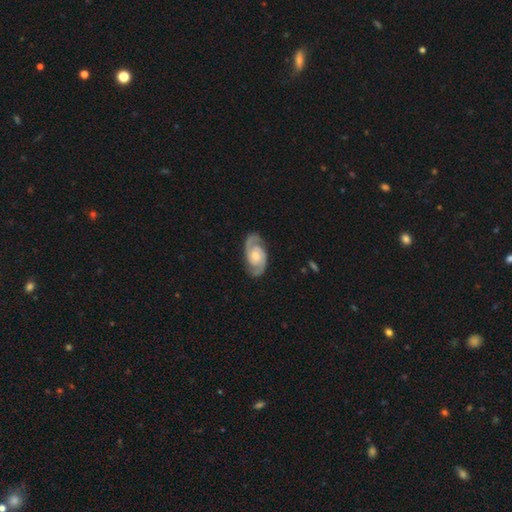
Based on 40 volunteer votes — Smooth or featured? 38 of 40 (95%) said featured or disk. Edge-on disk? 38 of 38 (100%) said no. Bar? 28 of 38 (74%) said no. Spiral arms? 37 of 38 (97%) said yes. Spiral winding? 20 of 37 (54%) said medium. Spiral arm count? 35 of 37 (95%) said 2. Bulge size? 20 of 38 (53%) said moderate. Merging? 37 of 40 (92%) said none.